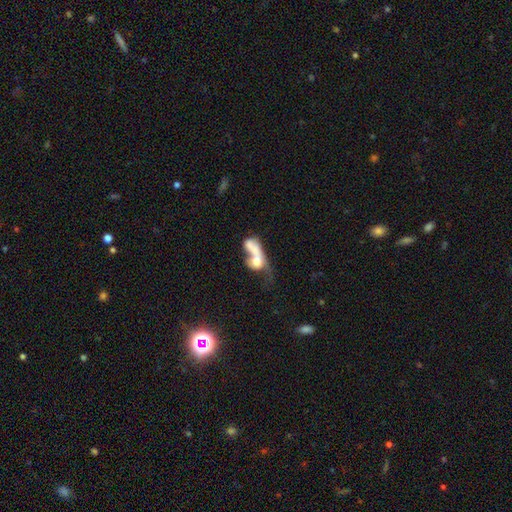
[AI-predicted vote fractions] This is possibly a smooth galaxy (53%). How rounded: likely in between (63%). Merging: likely merger (64%).